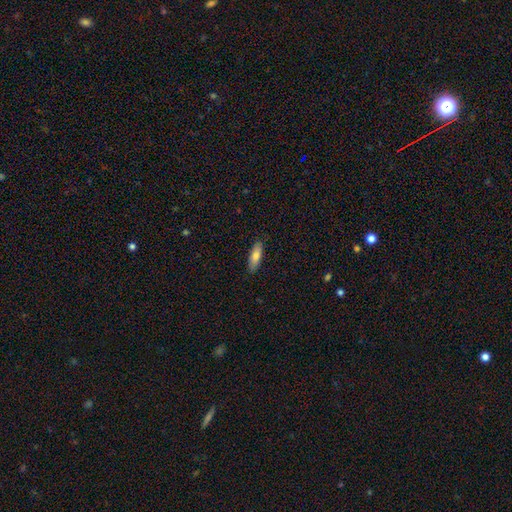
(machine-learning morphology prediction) This is likely a smooth galaxy (77%). How rounded: possibly in between (59%). Merging: clearly none (87%).